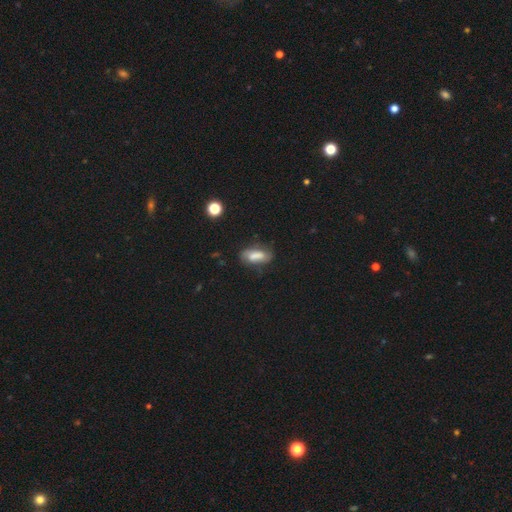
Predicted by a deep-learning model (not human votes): Smooth or featured? smooth (70%)
How rounded? in between (77%)
Merging? none (64%)